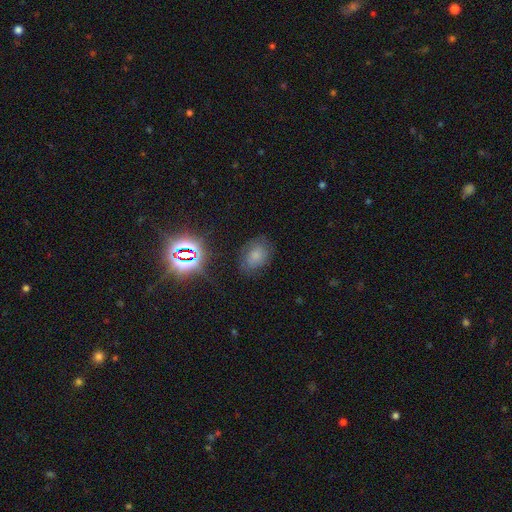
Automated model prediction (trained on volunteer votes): smooth 61%, star or artifact 22%, featured or disk 17%. Down the decision tree: how rounded — in between (74%); merging — none (71%).